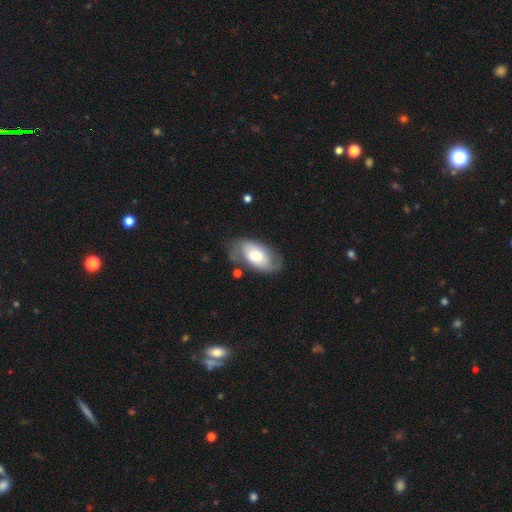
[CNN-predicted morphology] smooth-or-featured: featured or disk: 51% | smooth: 43% | star or artifact: 6%
  disk-edge-on: no: 92% | yes: 8%
  merging: none: 65% | minor disturbance: 22% | major disturbance: 10% | merger: 3%